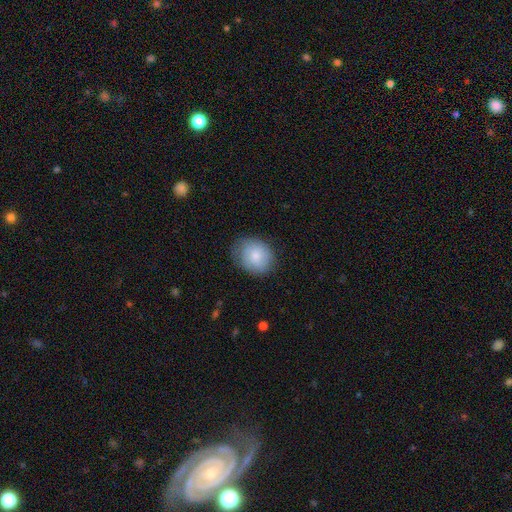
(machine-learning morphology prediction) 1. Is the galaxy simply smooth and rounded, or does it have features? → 66% smooth, 27% featured or disk, 7% star or artifact.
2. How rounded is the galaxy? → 64% round, 36% in between, 1% cigar-shaped.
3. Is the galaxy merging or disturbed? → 74% none, 20% minor disturbance, 5% major disturbance, 1% merger.